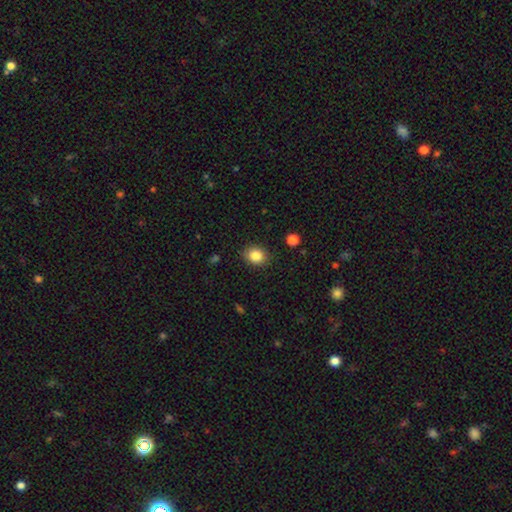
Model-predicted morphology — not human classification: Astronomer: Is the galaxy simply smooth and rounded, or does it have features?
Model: smooth — 85%.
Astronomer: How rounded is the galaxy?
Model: round — 59% (runner-up: in between, 41%).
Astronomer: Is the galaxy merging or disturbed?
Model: none — 86%.